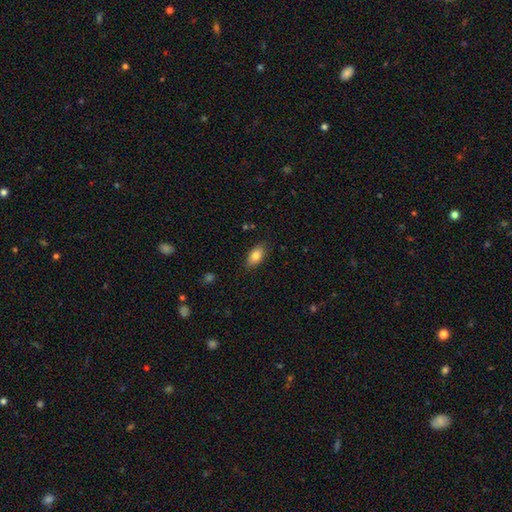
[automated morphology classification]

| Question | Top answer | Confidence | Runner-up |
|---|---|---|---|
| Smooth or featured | smooth | 83% | featured or disk (10%) |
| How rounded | in between | 89% | round (6%) |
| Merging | none | 84% | minor disturbance (12%) |